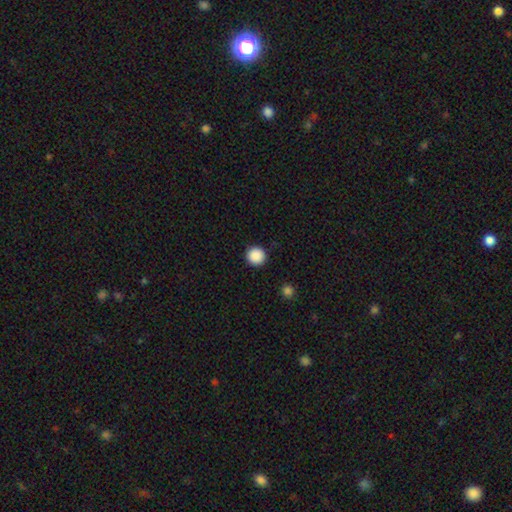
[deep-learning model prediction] Q: Smooth or featured?
A: smooth (89%); runner-up: star or artifact (9%)
Q: How rounded?
A: round (96%); runner-up: in between (3%)
Q: Merging?
A: none (93%); runner-up: minor disturbance (5%)